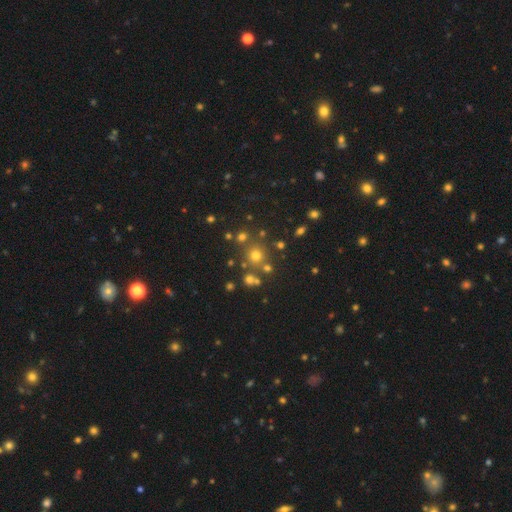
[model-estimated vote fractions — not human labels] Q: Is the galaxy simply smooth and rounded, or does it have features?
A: smooth — 62%.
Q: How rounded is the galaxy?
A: round — 90%.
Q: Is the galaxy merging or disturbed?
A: none — 75%.